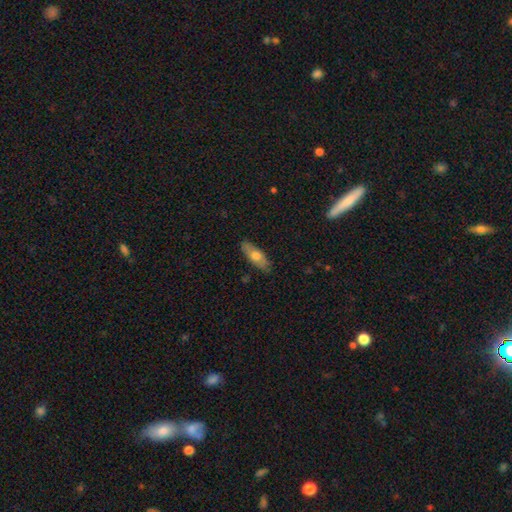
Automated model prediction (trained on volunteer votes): Morphology: type=smooth (64%); roundness=in between (69%); merging=none (85%).